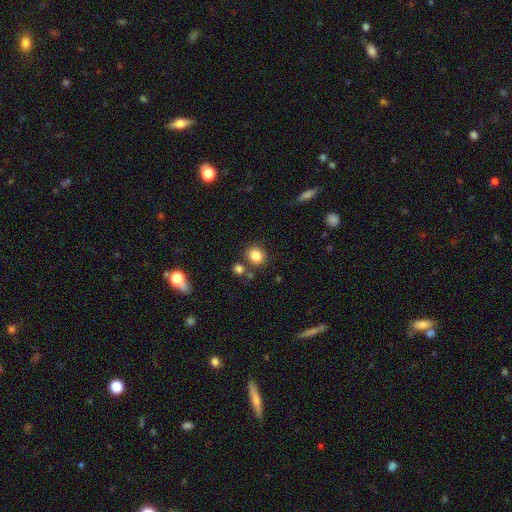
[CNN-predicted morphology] Smooth or featured? smooth (84%)
How rounded? round (83%)
Merging? none (76%)